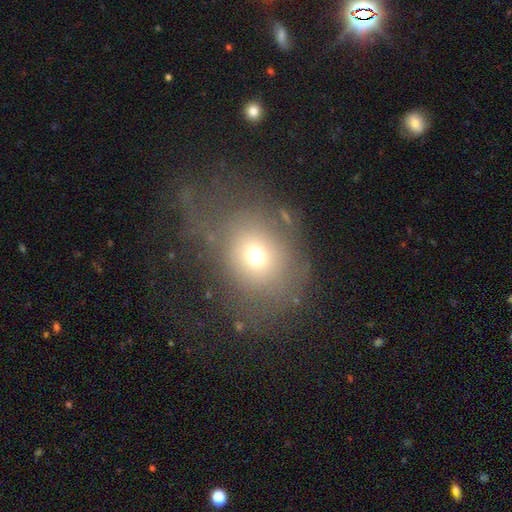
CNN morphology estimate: A smooth galaxy with no disk features (67%) that is round (67%).

Vote fractions:
- Smooth or featured? smooth: 67% / star or artifact: 18% / featured or disk: 15%
- How rounded? round: 67% / in between: 32% / cigar-shaped: 1%
- Merging? none: 58% / major disturbance: 21% / minor disturbance: 17% / merger: 4%